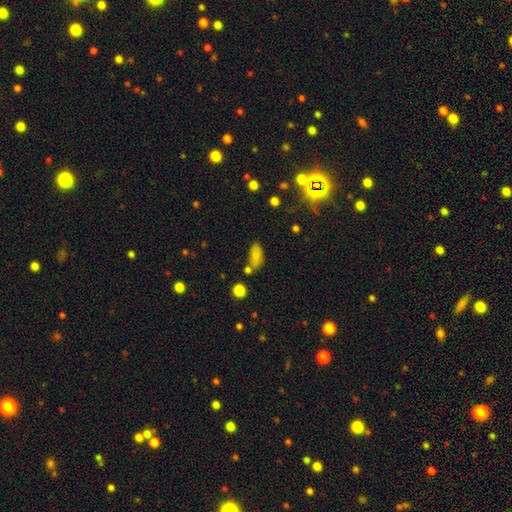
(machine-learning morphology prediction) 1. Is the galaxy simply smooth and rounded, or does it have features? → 80% smooth, 12% star or artifact, 8% featured or disk.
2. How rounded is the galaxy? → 87% in between, 8% cigar-shaped, 5% round.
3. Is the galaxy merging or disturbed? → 58% none, 20% minor disturbance, 14% merger, 7% major disturbance.